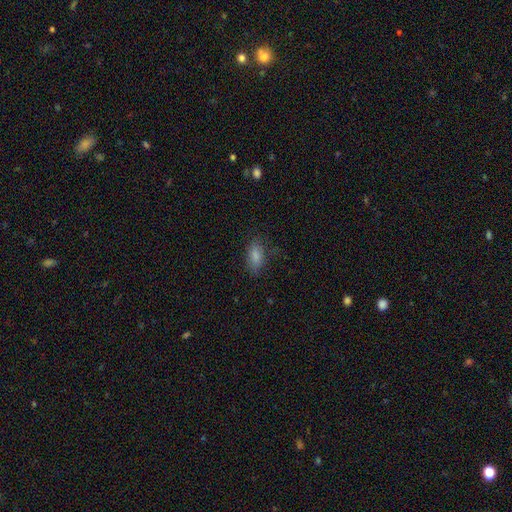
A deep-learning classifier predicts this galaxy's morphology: Smooth or featured? Predicted: smooth (p=0.83). How rounded? Predicted: in between (p=0.86). Merging? Predicted: none (p=0.74).